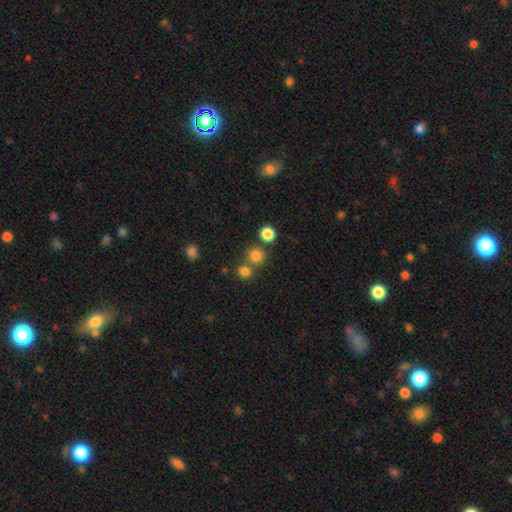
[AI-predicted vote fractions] Overall: smooth (78%). How rounded: round (90%). Merging: none (67%).